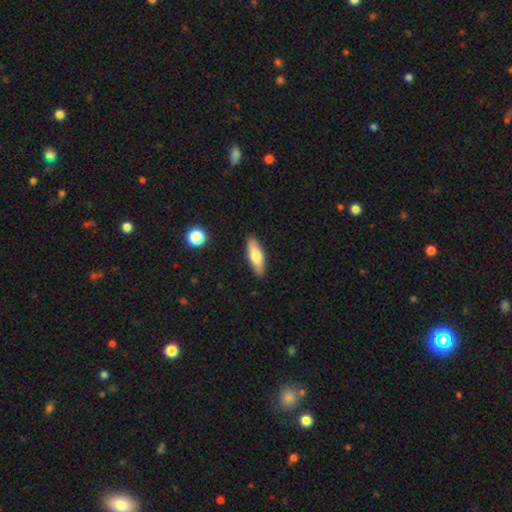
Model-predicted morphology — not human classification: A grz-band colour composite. It shows a smooth galaxy with no disk features (70%) that is in between round and cigar-shaped (57%). Merging: none (89%).